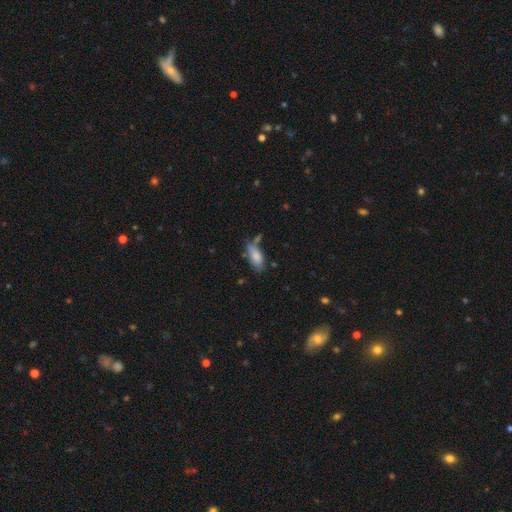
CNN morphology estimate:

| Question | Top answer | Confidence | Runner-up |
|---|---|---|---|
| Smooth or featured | smooth | 79% | featured or disk (13%) |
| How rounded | in between | 82% | cigar-shaped (16%) |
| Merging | none | 55% | minor disturbance (25%) |